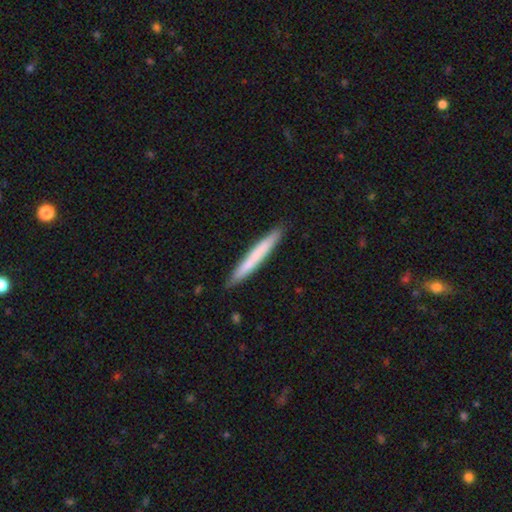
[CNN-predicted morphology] Smooth or featured? smooth (67%)
How rounded? cigar-shaped (96%)
Merging? none (89%)